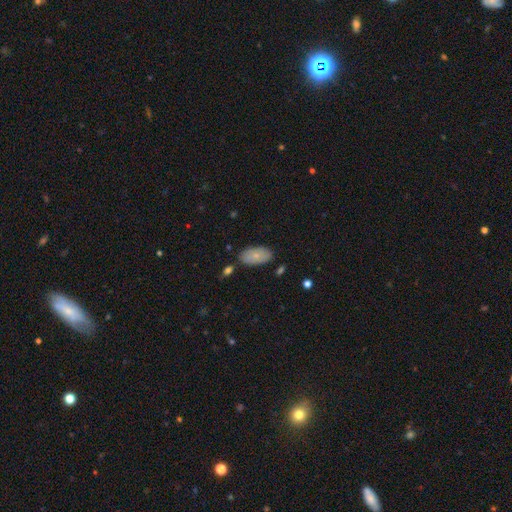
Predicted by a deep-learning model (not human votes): The model was most divided on "smooth or featured": smooth: 76%, featured or disk: 18%, star or artifact: 6%. More confident: how rounded — in between (94%); merging — none (80%).